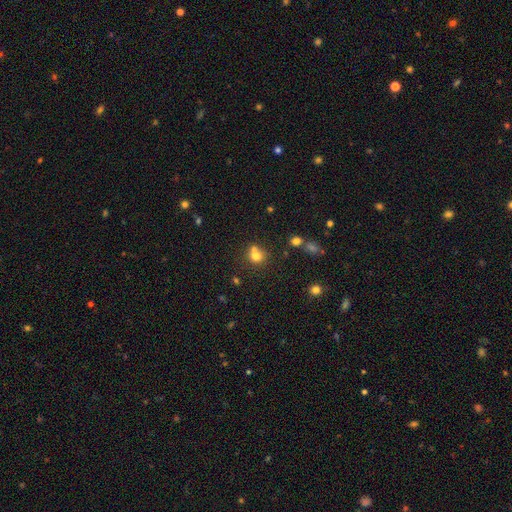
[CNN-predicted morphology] This is likely a smooth galaxy (73%). How rounded: clearly round (81%). Merging: possibly none (48%).